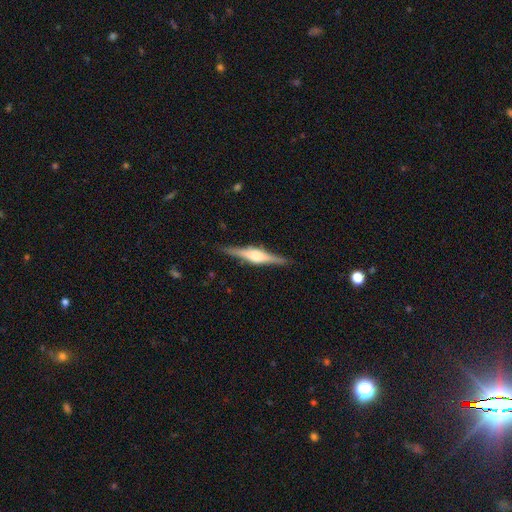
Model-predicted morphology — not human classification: Smooth or featured: featured or disk — 79% (smooth — 15%)
Edge-on disk: yes — 98% (no — 2%)
Edge-on bulge: rounded — 84% (boxy — 14%)
Merging: none — 89% (minor disturbance — 8%)